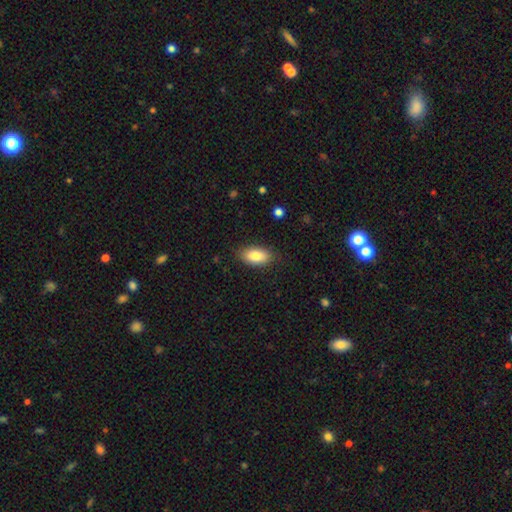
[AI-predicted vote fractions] smooth_or_featured: smooth (p=0.86) [alt: featured or disk p=0.08]
how_rounded: in between (p=0.91) [alt: cigar-shaped p=0.06]
merging: none (p=0.84) [alt: minor disturbance p=0.12]